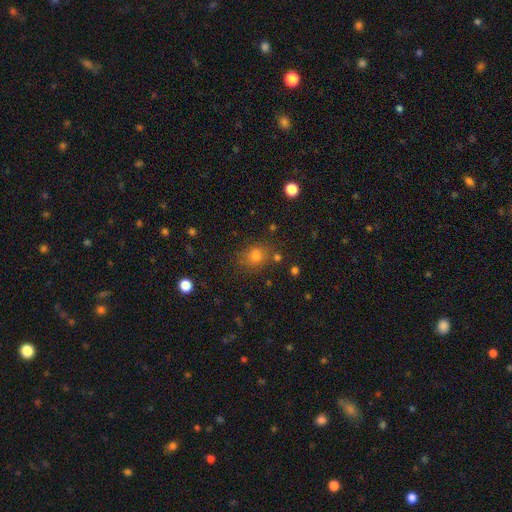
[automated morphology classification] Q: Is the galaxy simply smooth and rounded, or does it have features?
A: smooth — 74%.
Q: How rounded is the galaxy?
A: round — 65%.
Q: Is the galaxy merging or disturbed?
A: none — 78%.